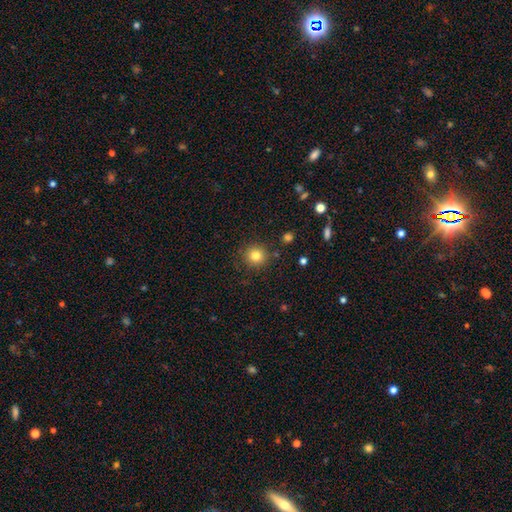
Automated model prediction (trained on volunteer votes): This appears to be a smooth galaxy with no disk features (82%) that is round (92%). Merging: none (87%).